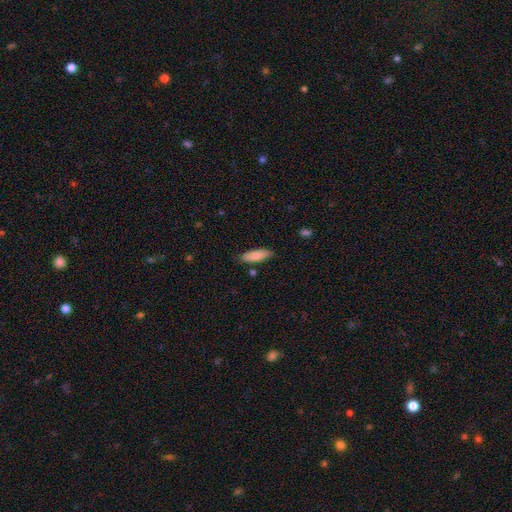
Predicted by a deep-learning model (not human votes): Q: Smooth or featured?
A: smooth (84%); runner-up: featured or disk (10%)
Q: How rounded?
A: in between (55%); runner-up: cigar-shaped (43%)
Q: Merging?
A: none (84%); runner-up: minor disturbance (11%)